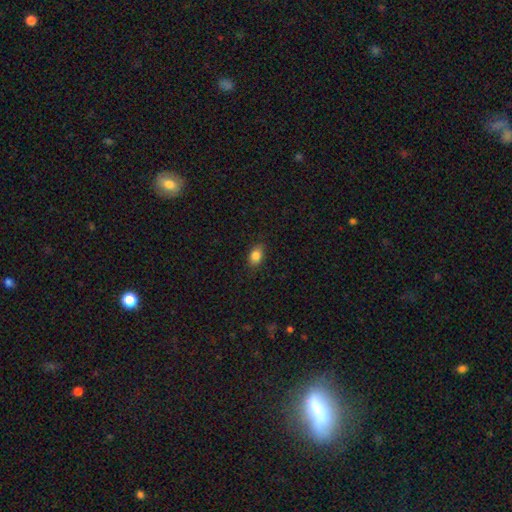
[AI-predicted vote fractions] Smooth or featured? Predicted: smooth (p=0.85). How rounded? Predicted: in between (p=0.79). Merging? Predicted: none (p=0.84).